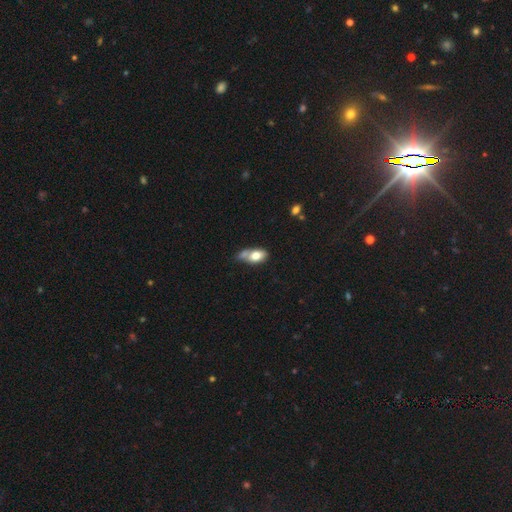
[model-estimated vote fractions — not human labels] smooth-or-featured: smooth: 73% | featured or disk: 19% | star or artifact: 8%
  how-rounded: in between: 87% | round: 8% | cigar-shaped: 5%
  merging: none: 33% | merger: 32% | minor disturbance: 24% | major disturbance: 11%